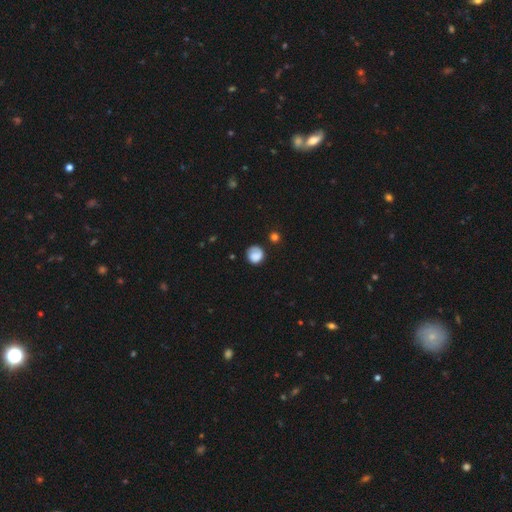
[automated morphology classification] A smooth galaxy with no disk features (76%) that is round (87%). Merging: none (67%).